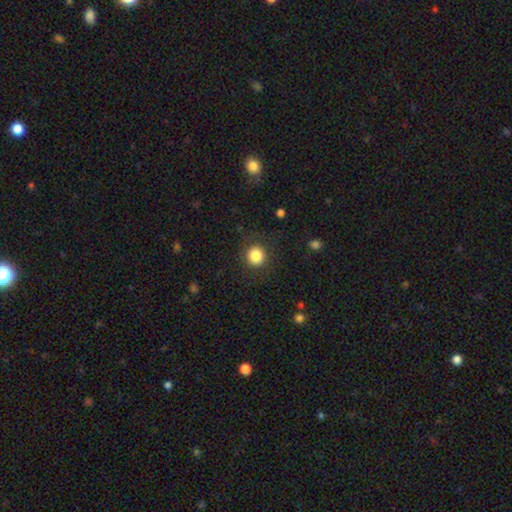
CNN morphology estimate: Q: Smooth or featured?
A: smooth (85%); runner-up: star or artifact (10%)
Q: How rounded?
A: round (92%); runner-up: in between (7%)
Q: Merging?
A: none (88%); runner-up: minor disturbance (7%)